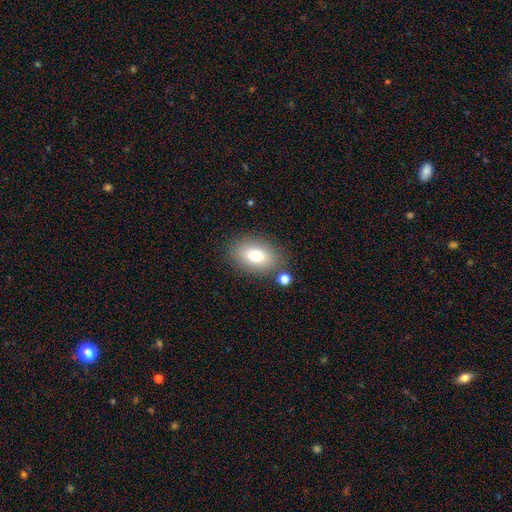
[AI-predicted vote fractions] Smooth or featured?
  - smooth: 77% *
  - featured or disk: 13%
  - star or artifact: 10%
How rounded?
  - in between: 81% *
  - round: 17%
  - cigar-shaped: 1%
Merging?
  - none: 80% *
  - minor disturbance: 11%
  - merger: 5%
  - major disturbance: 4%